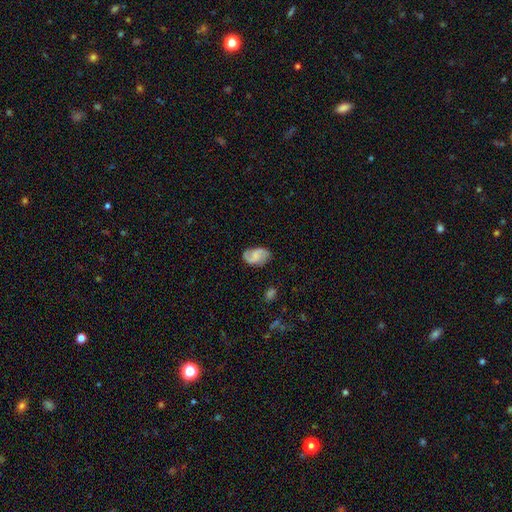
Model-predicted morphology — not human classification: The model was most divided on "spiral winding": medium: 42%, loose: 41%, tight: 17%. Remaining: edge-on disk — no (97%); spiral arms — yes (93%); spiral arm count — 2 (88%); merging — none (76%); smooth or featured — featured or disk (63%); bulge size — none (48%); bar — no (47%).